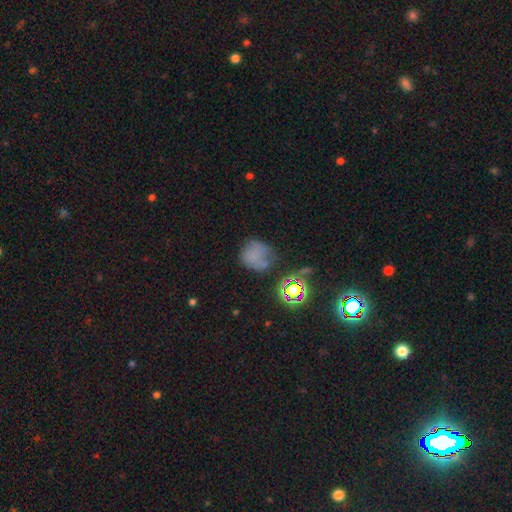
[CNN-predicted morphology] This appears to be a smooth galaxy with no disk features (59%) that is round (80%). Merging: none (50%).